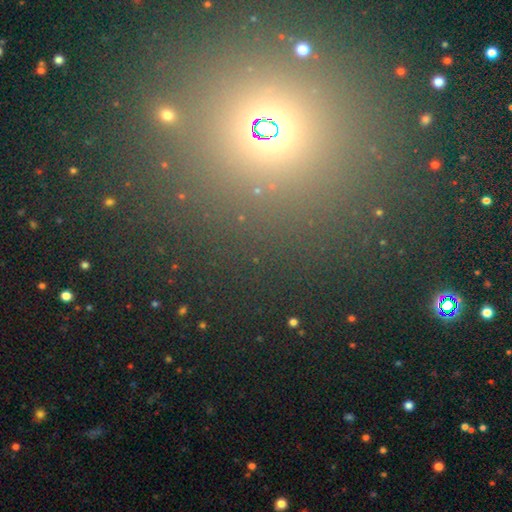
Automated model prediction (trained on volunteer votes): Overall: star or artifact (62%; smooth 29%).